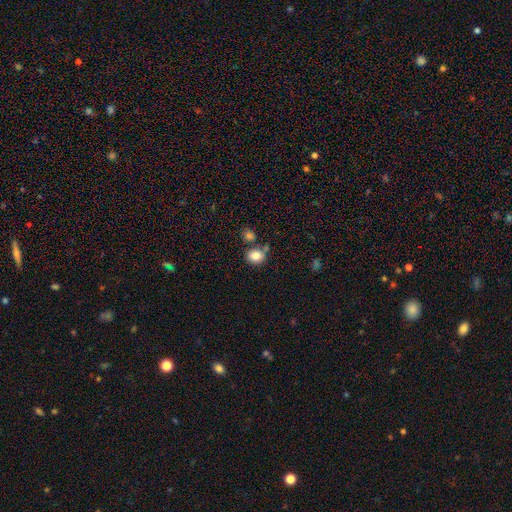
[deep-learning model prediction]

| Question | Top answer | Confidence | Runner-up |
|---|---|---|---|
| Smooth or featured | smooth | 83% | star or artifact (10%) |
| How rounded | round | 68% | in between (31%) |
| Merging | none | 66% | merger (16%) |